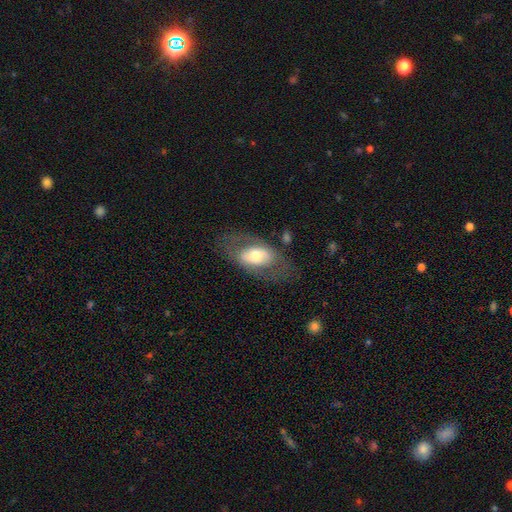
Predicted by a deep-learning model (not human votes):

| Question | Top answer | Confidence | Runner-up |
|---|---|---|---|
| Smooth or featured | smooth | 50% | featured or disk (44%) |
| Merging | none | 67% | minor disturbance (17%) |